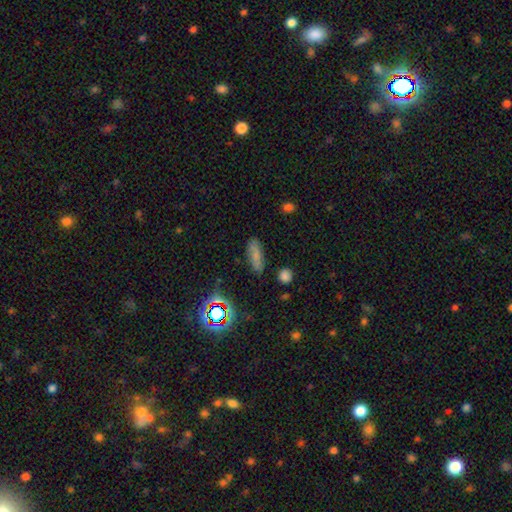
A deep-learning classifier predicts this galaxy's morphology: This is likely a smooth galaxy (68%). How rounded: possibly in between (56%). Merging: likely none (79%).